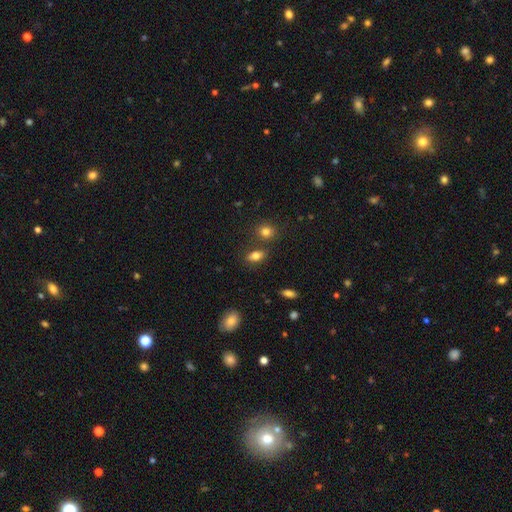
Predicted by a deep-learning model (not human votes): Overall: smooth (79%). How rounded: in between (83%). Merging: none (75%).